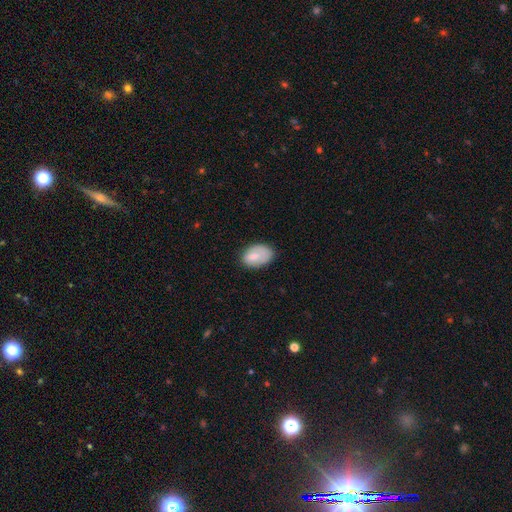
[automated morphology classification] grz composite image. It shows a smooth galaxy with no disk features (76%) that is in between round and cigar-shaped (88%). Merging: none (63%).